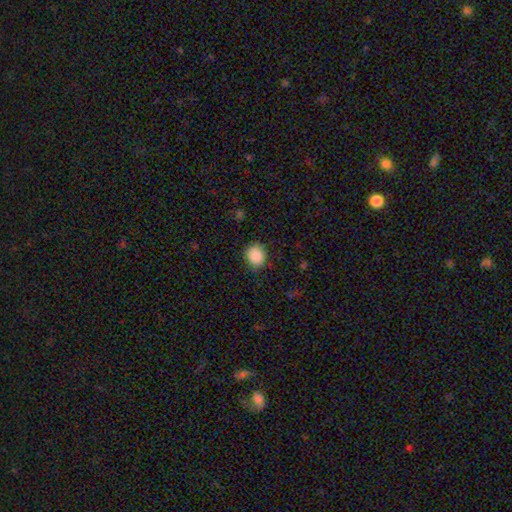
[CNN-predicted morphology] smooth_or_featured: smooth (p=0.89) [alt: star or artifact p=0.08]
how_rounded: round (p=0.73) [alt: in between p=0.26]
merging: none (p=0.82) [alt: minor disturbance p=0.14]